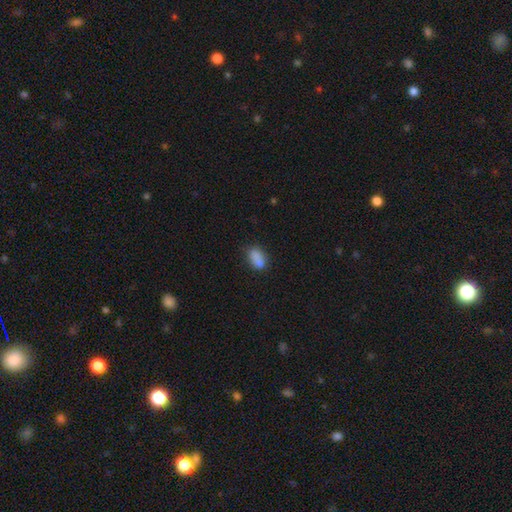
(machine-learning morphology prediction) Smooth or featured?
  - smooth: 82% *
  - featured or disk: 9%
  - star or artifact: 9%
How rounded?
  - in between: 83% *
  - round: 10%
  - cigar-shaped: 7%
Merging?
  - none: 59% *
  - minor disturbance: 19%
  - merger: 16%
  - major disturbance: 5%